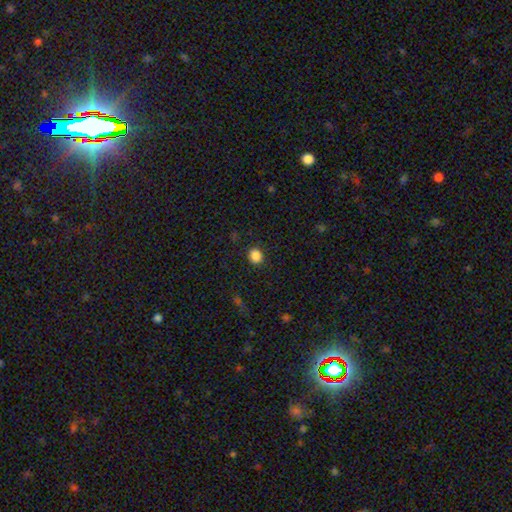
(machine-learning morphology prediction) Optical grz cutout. It shows a smooth galaxy with no disk features (86%) that is round (77%). Merging: none (90%).